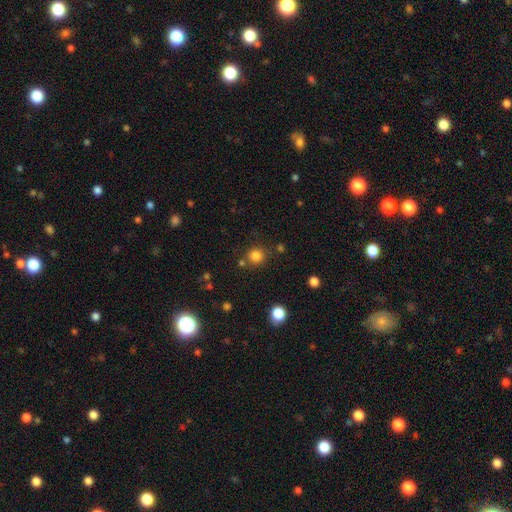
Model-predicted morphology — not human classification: type=smooth (81%); roundness=round (91%); merging=none (79%).